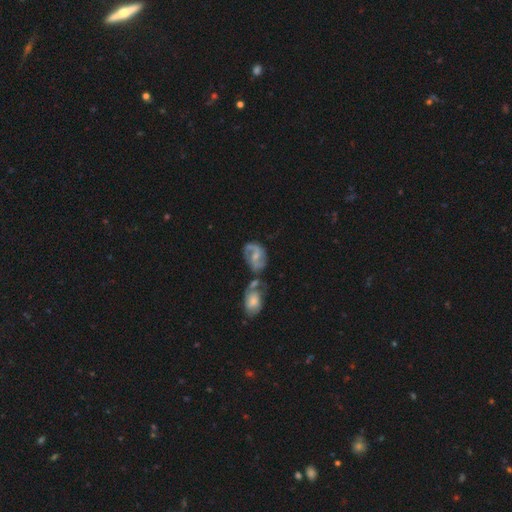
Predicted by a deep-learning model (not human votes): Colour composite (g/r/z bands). It shows a featured or disk galaxy (76%) with a weak bar (47%), 2 (80%) medium (49%) spiral arms (90%) and a small central bulge (48%). Merging: merger (46%).